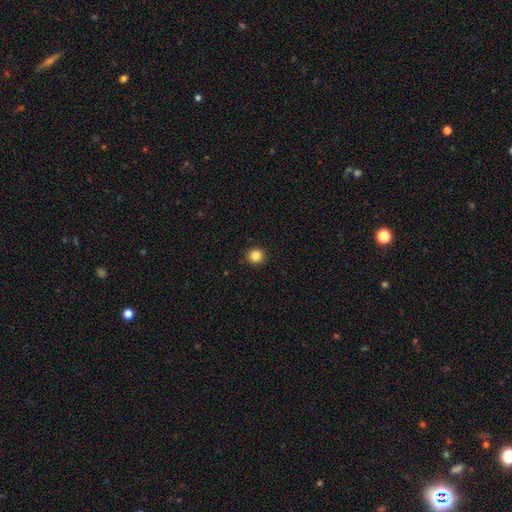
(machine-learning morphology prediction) Overall: smooth (85%). How rounded: round (93%). Merging: none (93%).